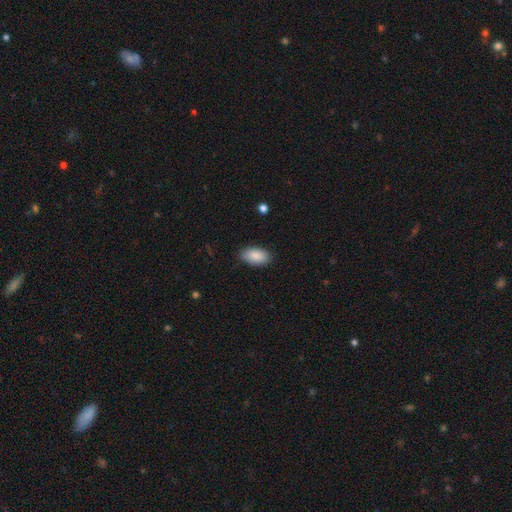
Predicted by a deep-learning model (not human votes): smooth_or_featured: smooth (p=0.90) [alt: star or artifact p=0.06]
how_rounded: in between (p=0.95) [alt: round p=0.03]
merging: none (p=0.86) [alt: minor disturbance p=0.11]